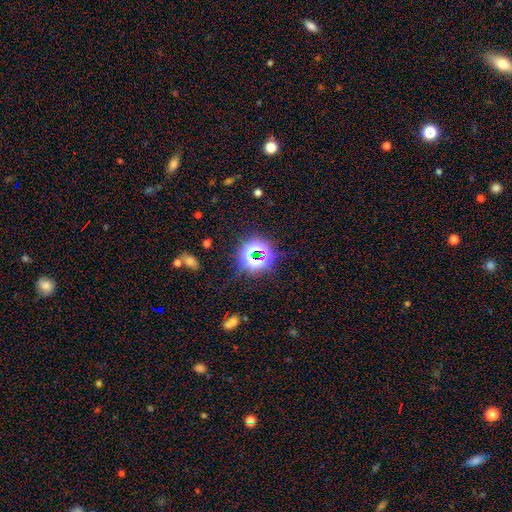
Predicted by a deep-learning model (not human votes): A star or artifact, not a galaxy (72%).